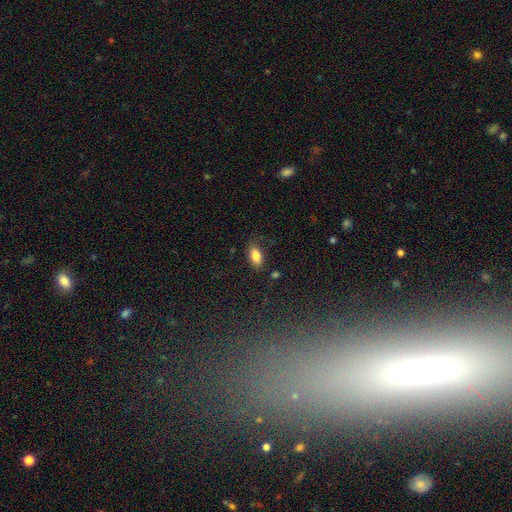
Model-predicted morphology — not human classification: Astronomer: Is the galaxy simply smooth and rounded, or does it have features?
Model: smooth — 84%.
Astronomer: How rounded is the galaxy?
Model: in between — 91%.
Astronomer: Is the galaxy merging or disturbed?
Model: none — 78%.